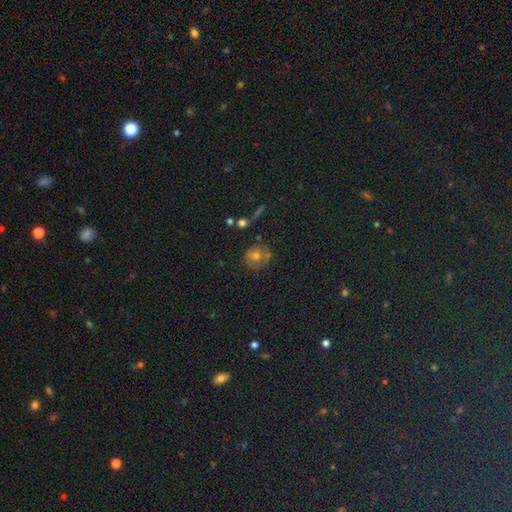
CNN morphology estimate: The model was most divided on "smooth or featured": smooth: 55%, star or artifact: 23%, featured or disk: 21%. More confident: how rounded — round (85%); merging — none (69%).